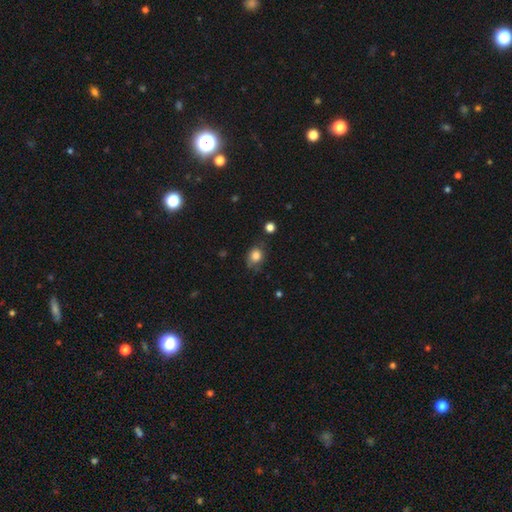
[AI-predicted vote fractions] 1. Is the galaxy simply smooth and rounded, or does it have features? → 81% smooth, 10% star or artifact, 9% featured or disk.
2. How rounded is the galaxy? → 54% round, 45% in between, 1% cigar-shaped.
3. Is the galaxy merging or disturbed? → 63% none, 26% minor disturbance, 8% major disturbance, 3% merger.